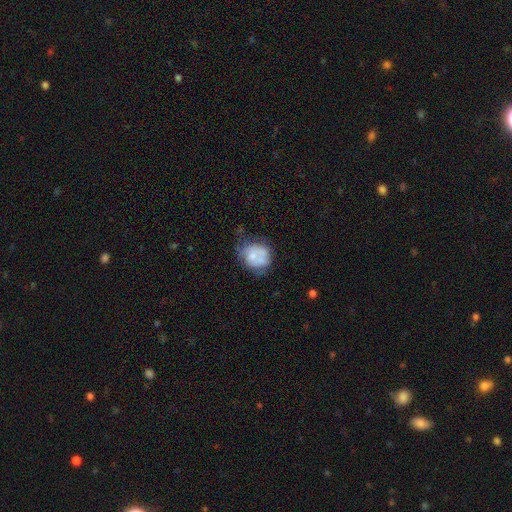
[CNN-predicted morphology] Smooth or featured: smooth — 53% (featured or disk — 38%)
How rounded: round — 61% (in between — 39%)
Merging: none — 34% (minor disturbance — 29%)